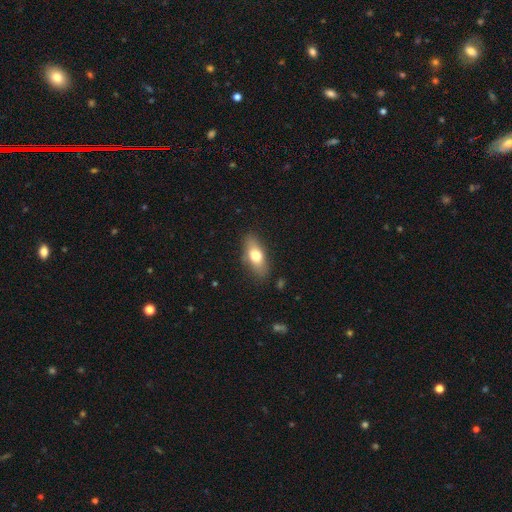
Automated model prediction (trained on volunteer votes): smooth_or_featured: smooth (p=0.70) [alt: featured or disk p=0.24]
how_rounded: in between (p=0.75) [alt: cigar-shaped p=0.21]
merging: none (p=0.82) [alt: minor disturbance p=0.13]